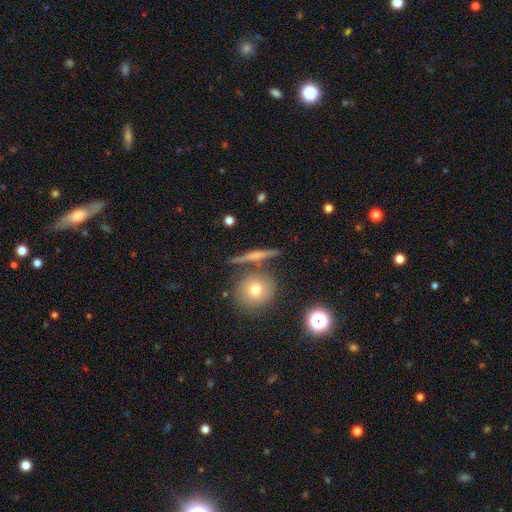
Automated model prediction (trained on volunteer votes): Q: Smooth or featured?
A: featured or disk (56%); runner-up: smooth (35%)
Q: Edge-on disk?
A: yes (91%); runner-up: no (9%)
Q: Edge-on bulge?
A: rounded (58%); runner-up: none (27%)
Q: Merging?
A: none (78%); runner-up: minor disturbance (11%)